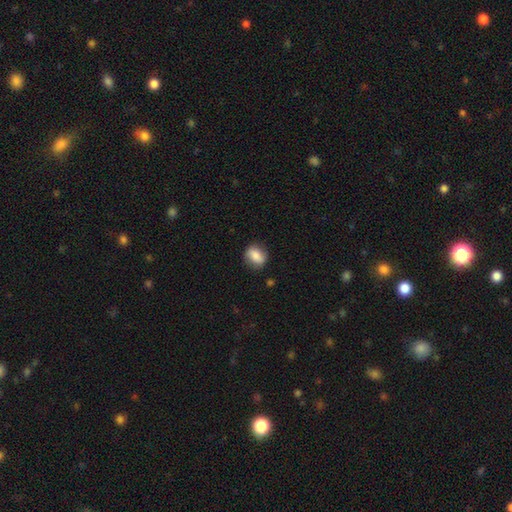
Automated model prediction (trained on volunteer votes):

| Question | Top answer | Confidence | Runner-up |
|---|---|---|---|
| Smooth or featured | smooth | 80% | featured or disk (12%) |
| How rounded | in between | 54% | round (44%) |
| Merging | none | 81% | minor disturbance (14%) |